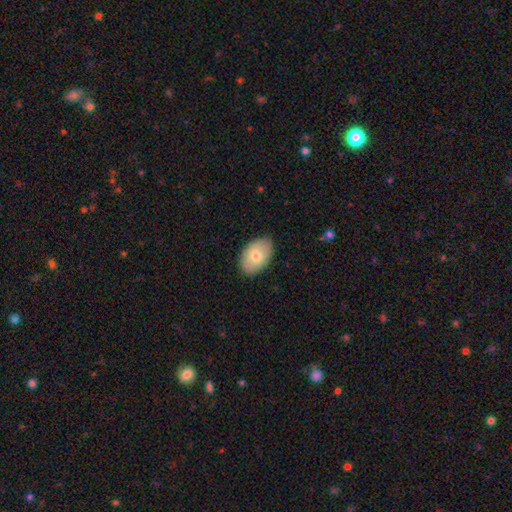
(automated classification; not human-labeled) Overall: smooth (74%). How rounded: in between (89%). Merging: none (86%).